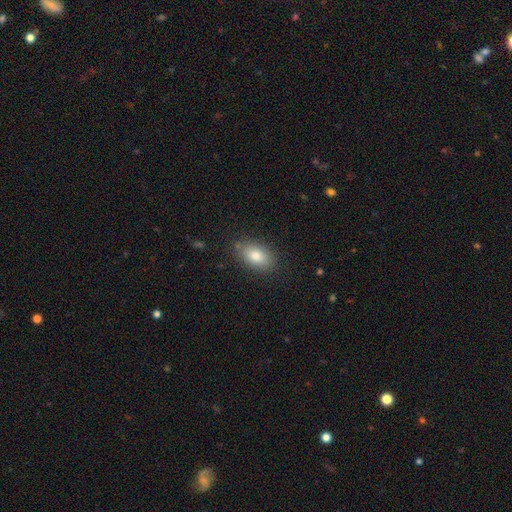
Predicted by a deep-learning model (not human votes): The model was most divided on "merging": none: 83%, minor disturbance: 12%, major disturbance: 3%, merger: 2%. More confident: how rounded — in between (87%); smooth or featured — smooth (82%).